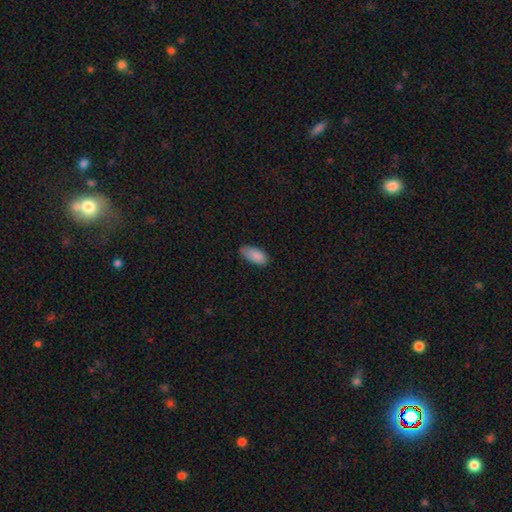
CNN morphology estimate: Smooth or featured?
  - smooth: 88% *
  - star or artifact: 7%
  - featured or disk: 6%
How rounded?
  - in between: 91% *
  - cigar-shaped: 6%
  - round: 2%
Merging?
  - none: 65% *
  - minor disturbance: 29%
  - major disturbance: 4%
  - merger: 1%